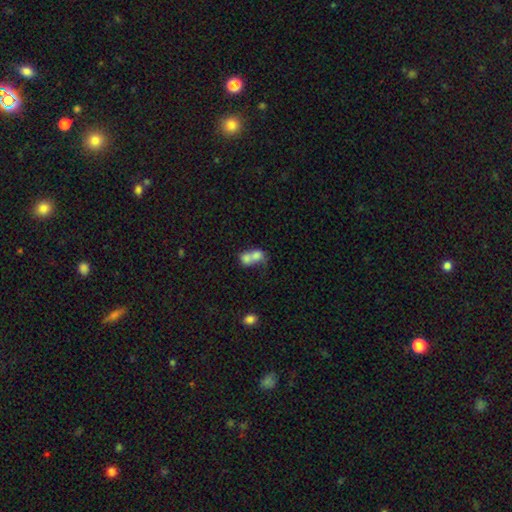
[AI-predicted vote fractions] Smooth or featured: smooth — 70% (featured or disk — 20%)
How rounded: in between — 53% (round — 45%)
Merging: merger — 76% (none — 14%)